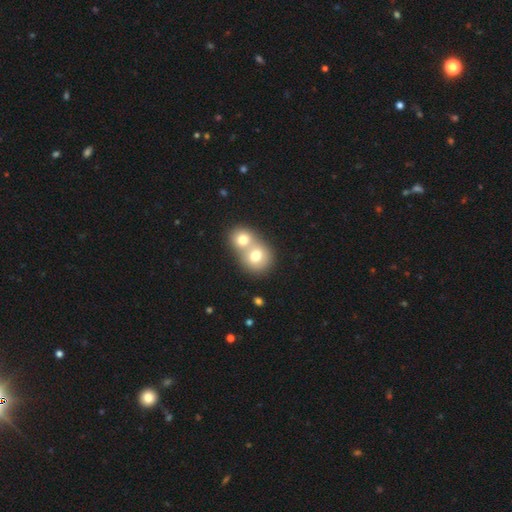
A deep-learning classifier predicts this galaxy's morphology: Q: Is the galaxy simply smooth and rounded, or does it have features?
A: smooth — 71%.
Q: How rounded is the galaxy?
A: round — 76%.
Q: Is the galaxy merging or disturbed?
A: merger — 67%.